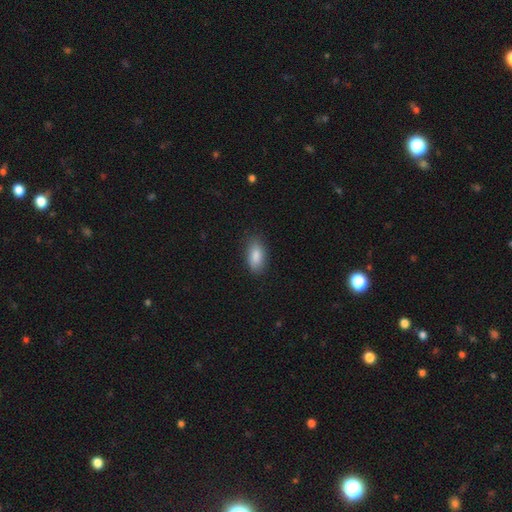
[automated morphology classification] A smooth galaxy with no disk features (87%) that is in between round and cigar-shaped (90%).

Vote fractions:
- Smooth or featured? smooth: 87% / star or artifact: 7% / featured or disk: 6%
- How rounded? in between: 90% / cigar-shaped: 7% / round: 3%
- Merging? none: 84% / minor disturbance: 13% / major disturbance: 3% / merger: 1%